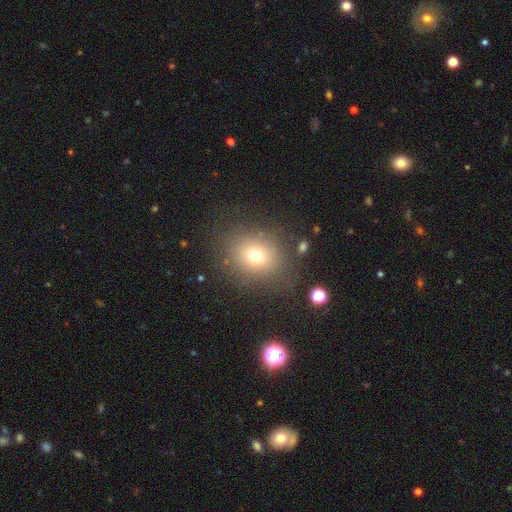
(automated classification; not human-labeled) The model was most divided on "how rounded": round: 72%, in between: 28%, cigar-shaped: 1%. More confident: merging — none (78%); smooth or featured — smooth (70%).